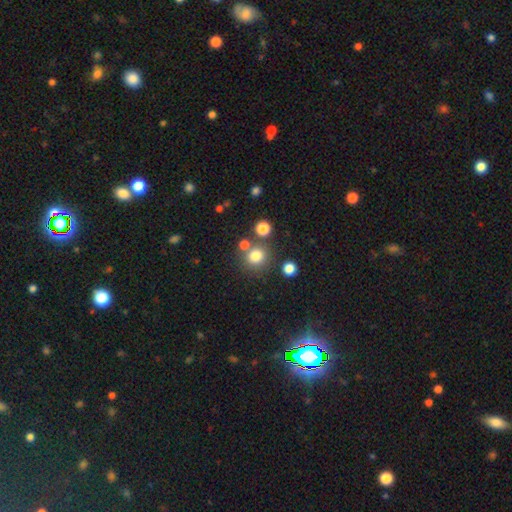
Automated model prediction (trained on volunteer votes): Smooth or featured? smooth (78%)
How rounded? round (90%)
Merging? none (74%)